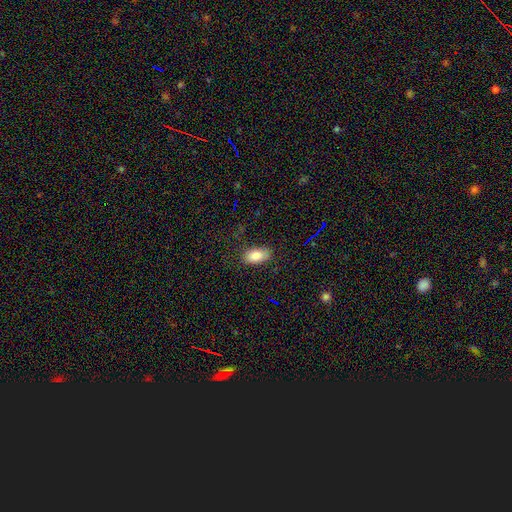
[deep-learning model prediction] Overall: smooth (84%). How rounded: in between (92%). Merging: none (78%).